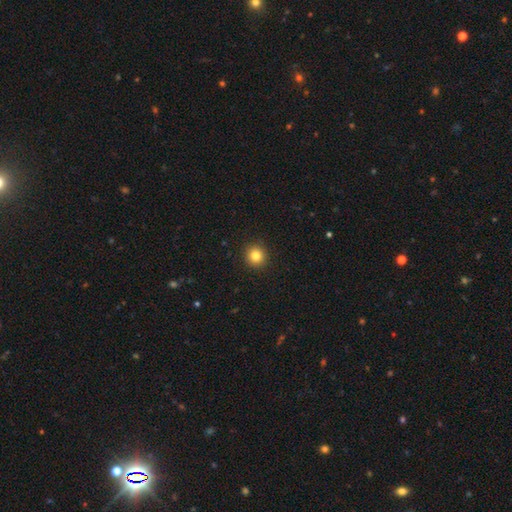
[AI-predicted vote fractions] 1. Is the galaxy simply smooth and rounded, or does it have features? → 83% smooth, 11% star or artifact, 6% featured or disk.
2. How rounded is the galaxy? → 94% round, 5% in between, 1% cigar-shaped.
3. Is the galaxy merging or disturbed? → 93% none, 5% minor disturbance, 2% major disturbance, 1% merger.